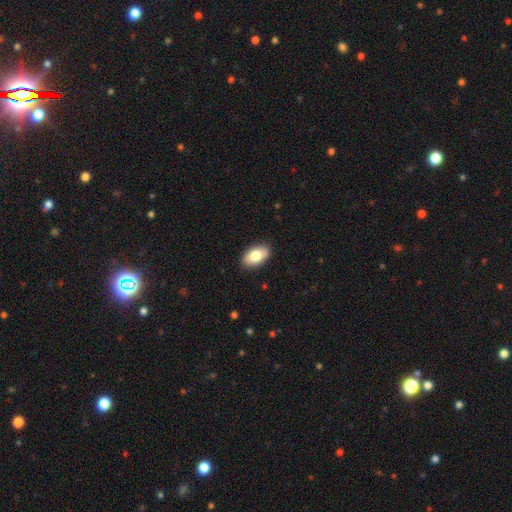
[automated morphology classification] Smooth or featured?
  - smooth: 80% *
  - featured or disk: 13%
  - star or artifact: 7%
How rounded?
  - in between: 93% *
  - round: 5%
  - cigar-shaped: 2%
Merging?
  - none: 88% *
  - minor disturbance: 9%
  - major disturbance: 2%
  - merger: 1%